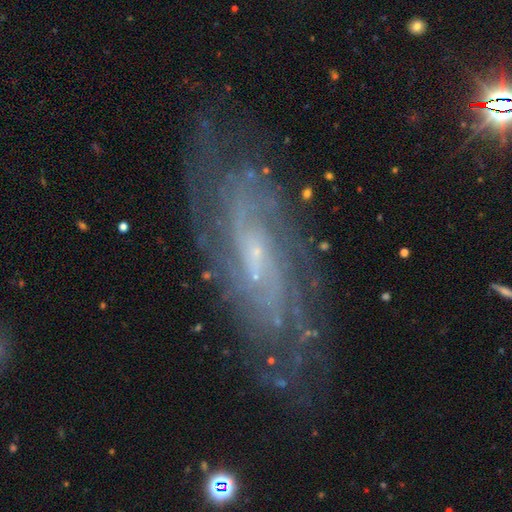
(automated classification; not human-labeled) Smooth or featured: featured or disk — 85% (smooth — 8%)
Edge-on disk: no — 88% (yes — 12%)
Bar: no — 48% (weak — 40%)
Spiral arms: yes — 95% (no — 5%)
Spiral winding: tight — 61% (medium — 31%)
Spiral arm count: can't tell — 46% (2 — 18%)
Bulge size: small — 77% (moderate — 15%)
Merging: none — 78% (minor disturbance — 15%)